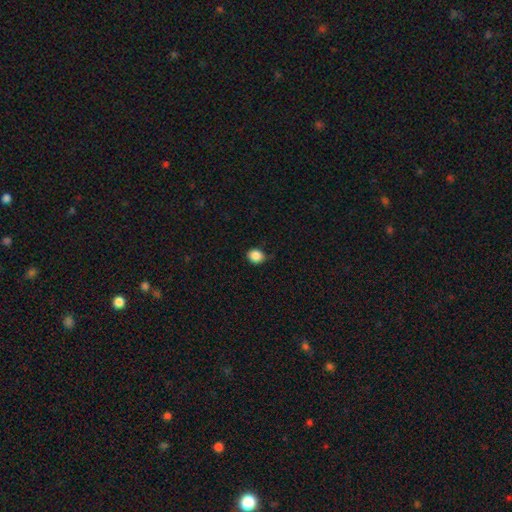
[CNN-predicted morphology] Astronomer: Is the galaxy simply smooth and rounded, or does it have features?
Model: smooth — 87%.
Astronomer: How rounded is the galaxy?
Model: round — 67%.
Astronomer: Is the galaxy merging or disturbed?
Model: none — 77%.